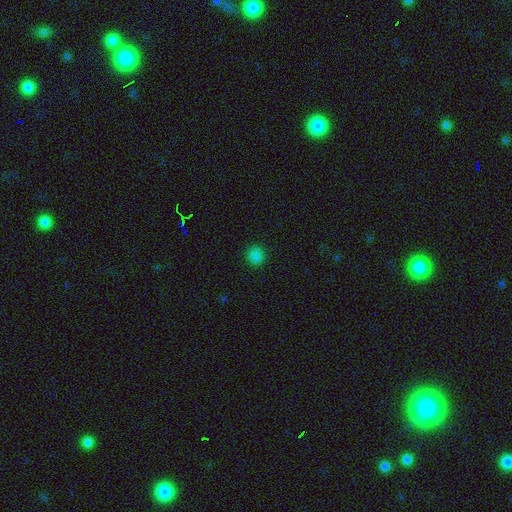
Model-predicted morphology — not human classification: Q: Smooth or featured?
A: smooth (82%); runner-up: star or artifact (15%)
Q: How rounded?
A: round (88%); runner-up: in between (11%)
Q: Merging?
A: none (89%); runner-up: minor disturbance (7%)